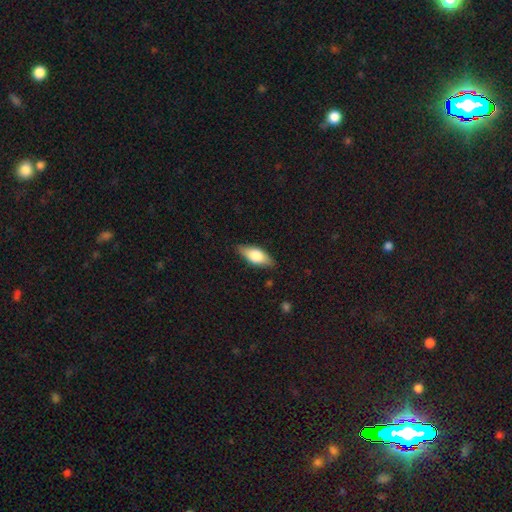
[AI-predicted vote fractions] Q: Smooth or featured?
A: smooth (65%); runner-up: featured or disk (29%)
Q: How rounded?
A: in between (78%); runner-up: cigar-shaped (19%)
Q: Merging?
A: none (84%); runner-up: minor disturbance (12%)